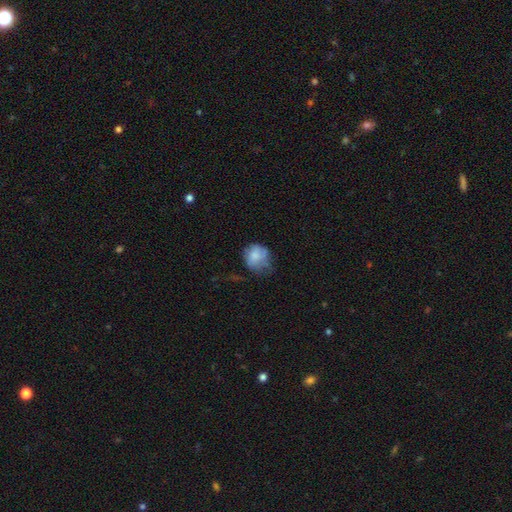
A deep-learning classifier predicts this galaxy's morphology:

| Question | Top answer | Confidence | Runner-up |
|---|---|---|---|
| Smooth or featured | smooth | 71% | featured or disk (20%) |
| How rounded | round | 61% | in between (38%) |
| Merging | minor disturbance | 36% | none (34%) |